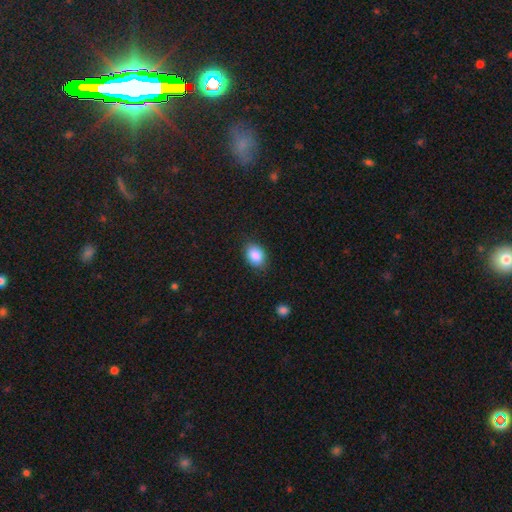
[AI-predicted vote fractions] Overall: smooth (88%). How rounded: in between (78%). Merging: none (84%).